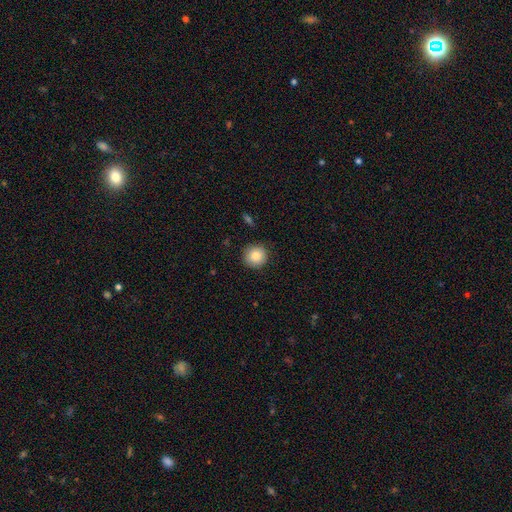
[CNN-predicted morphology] smooth-or-featured: smooth: 83% | star or artifact: 9% | featured or disk: 8%
  how-rounded: round: 94% | in between: 5% | cigar-shaped: 1%
  merging: none: 89% | minor disturbance: 8% | major disturbance: 2% | merger: 1%